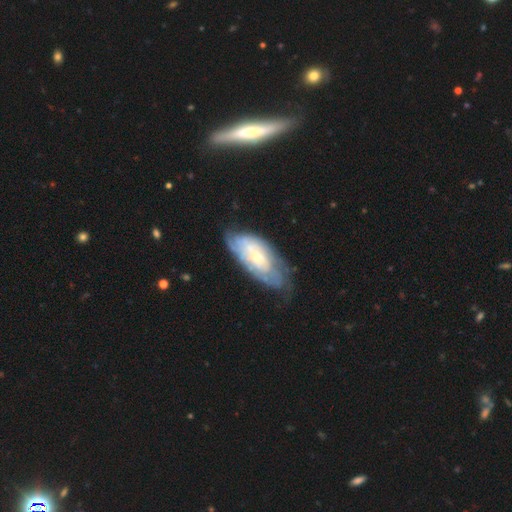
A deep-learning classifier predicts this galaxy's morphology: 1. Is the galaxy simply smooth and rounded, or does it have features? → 68% featured or disk, 25% smooth, 6% star or artifact.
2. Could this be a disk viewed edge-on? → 89% no, 11% yes.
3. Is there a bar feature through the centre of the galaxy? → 68% no, 26% weak, 6% strong.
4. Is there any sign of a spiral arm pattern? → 80% yes, 20% no.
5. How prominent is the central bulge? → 52% small, 40% moderate, 4% large, 3% none, 1% dominant.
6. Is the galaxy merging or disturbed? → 63% none, 26% minor disturbance, 9% major disturbance, 2% merger.